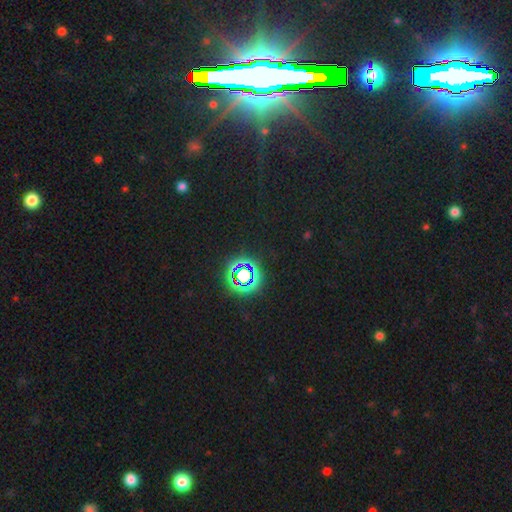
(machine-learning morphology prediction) Smooth or featured?
  - star or artifact: 76% *
  - smooth: 13%
  - featured or disk: 11%